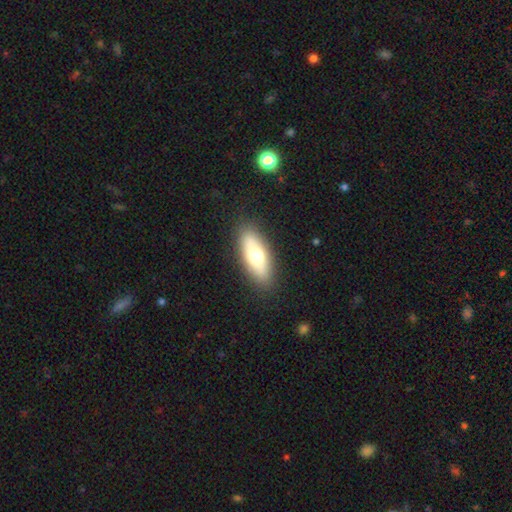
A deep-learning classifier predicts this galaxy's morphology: Overall: smooth (66%; featured or disk 27%). How rounded: in between (73%). Merging: none (87%).